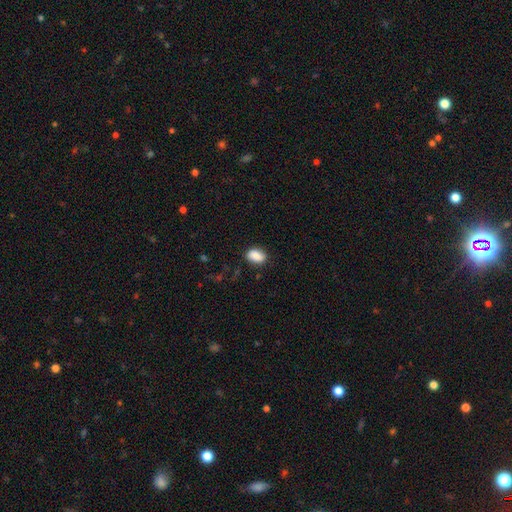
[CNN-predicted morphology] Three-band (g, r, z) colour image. It shows a smooth galaxy with no disk features (87%) that is in between round and cigar-shaped (84%). Merging: none (82%).